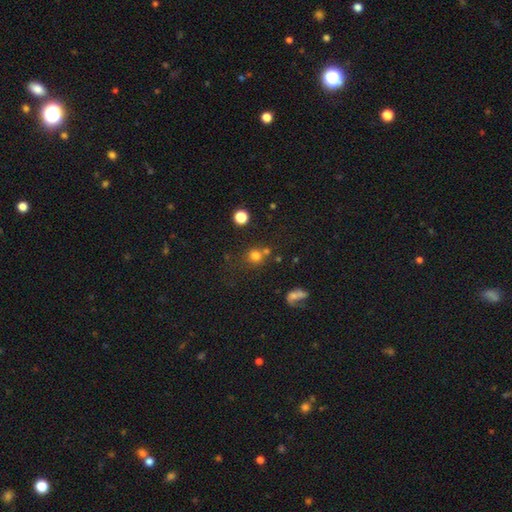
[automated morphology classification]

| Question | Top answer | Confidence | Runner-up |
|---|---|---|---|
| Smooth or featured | smooth | 74% | star or artifact (17%) |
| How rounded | round | 87% | in between (12%) |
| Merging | none | 61% | merger (23%) |